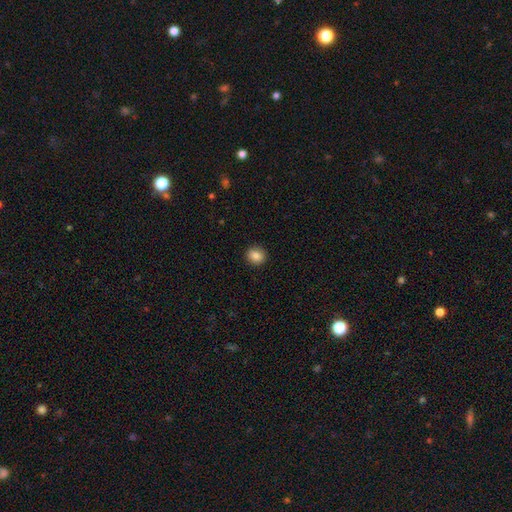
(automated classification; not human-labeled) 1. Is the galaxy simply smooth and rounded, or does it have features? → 85% smooth, 10% star or artifact, 5% featured or disk.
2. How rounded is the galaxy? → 84% round, 15% in between, 1% cigar-shaped.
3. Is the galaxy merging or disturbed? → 92% none, 5% minor disturbance, 2% major disturbance, 1% merger.